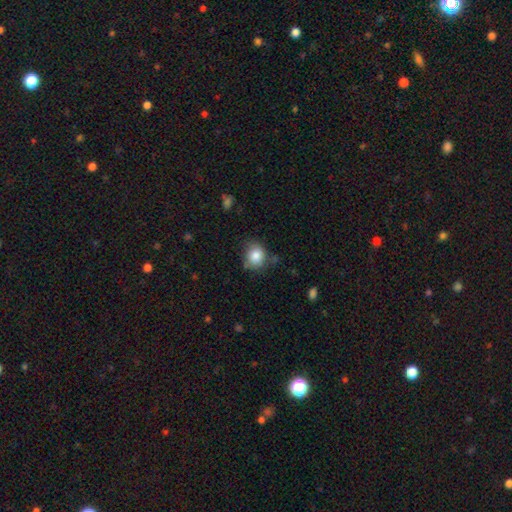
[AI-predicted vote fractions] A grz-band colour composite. It shows a smooth galaxy with no disk features (83%) that is round (72%). Merging: none (66%).